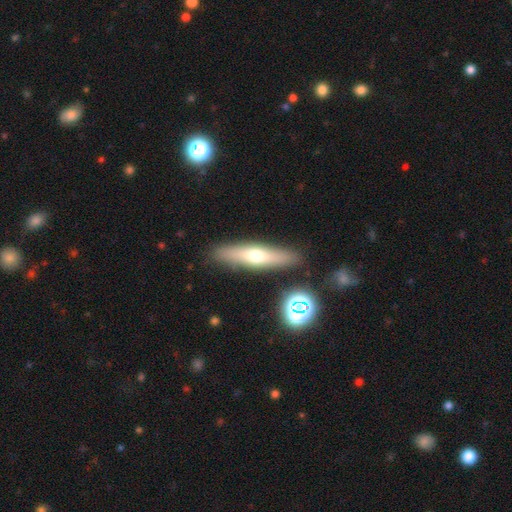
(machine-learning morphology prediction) A smooth galaxy with no disk features (49%).

Vote fractions:
- Smooth or featured? smooth: 49% / featured or disk: 43% / star or artifact: 8%
- Merging? none: 87% / minor disturbance: 8% / merger: 3% / major disturbance: 2%